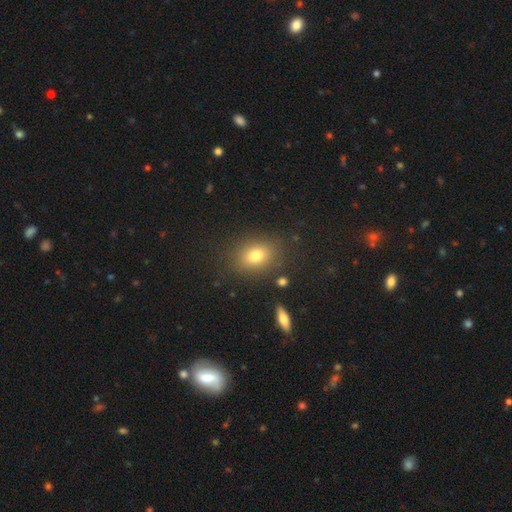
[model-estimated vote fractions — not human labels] Q: Smooth or featured?
A: smooth (78%); runner-up: star or artifact (12%)
Q: How rounded?
A: in between (67%); runner-up: round (31%)
Q: Merging?
A: none (82%); runner-up: minor disturbance (11%)